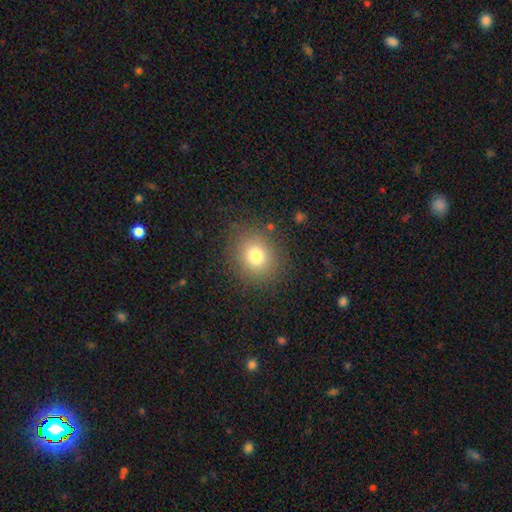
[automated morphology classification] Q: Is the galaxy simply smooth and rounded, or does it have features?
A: smooth — 77%.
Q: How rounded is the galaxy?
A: round — 76%.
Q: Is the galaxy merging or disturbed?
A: none — 85%.